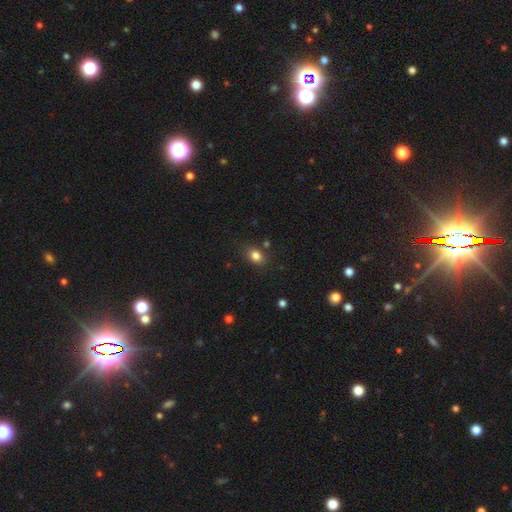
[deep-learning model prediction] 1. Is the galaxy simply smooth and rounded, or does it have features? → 83% smooth, 11% star or artifact, 6% featured or disk.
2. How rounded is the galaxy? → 65% in between, 34% round, 1% cigar-shaped.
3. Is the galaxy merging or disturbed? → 81% none, 12% minor disturbance, 4% merger, 3% major disturbance.